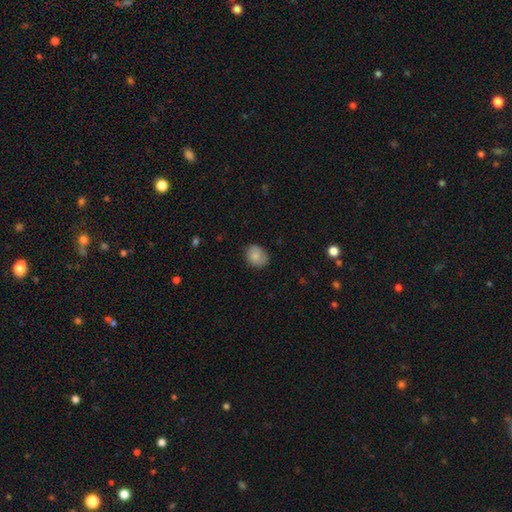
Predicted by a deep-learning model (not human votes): Overall: smooth (80%). How rounded: round (50%; in between 49%). Merging: none (75%).